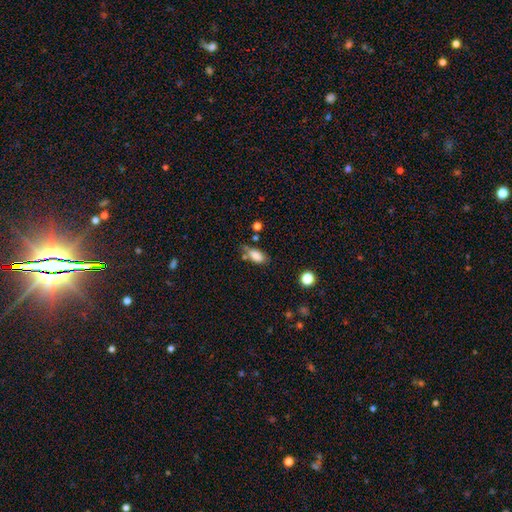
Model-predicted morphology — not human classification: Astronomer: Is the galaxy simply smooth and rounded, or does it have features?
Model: smooth — 83%.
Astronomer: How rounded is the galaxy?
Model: in between — 87%.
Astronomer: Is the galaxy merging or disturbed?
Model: none — 58%.